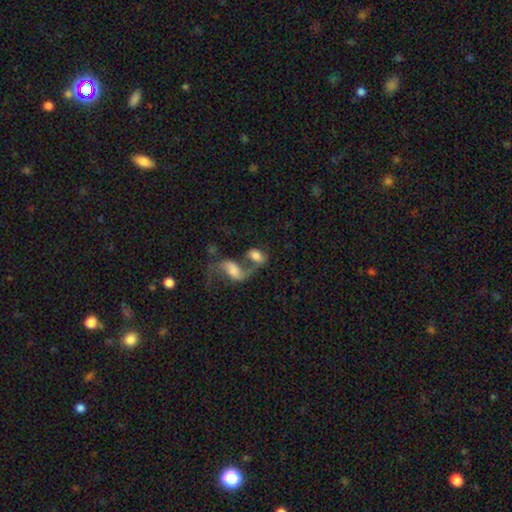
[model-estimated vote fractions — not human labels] Smooth or featured? smooth (51%)
How rounded? in between (83%)
Merging? merger (64%)